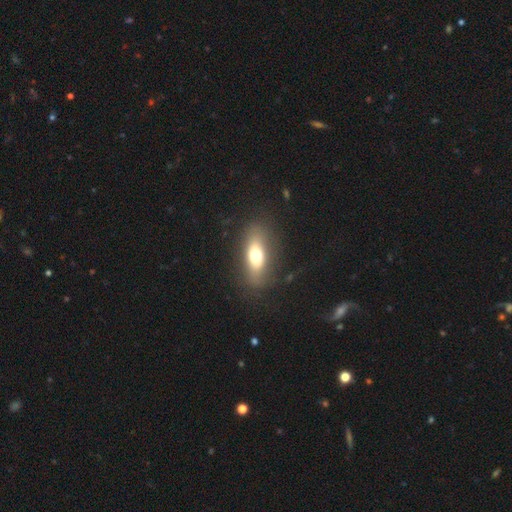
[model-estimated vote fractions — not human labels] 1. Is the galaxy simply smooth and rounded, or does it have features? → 65% smooth, 27% featured or disk, 9% star or artifact.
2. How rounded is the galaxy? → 71% in between, 23% cigar-shaped, 6% round.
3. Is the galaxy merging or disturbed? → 80% none, 13% minor disturbance, 6% major disturbance, 1% merger.